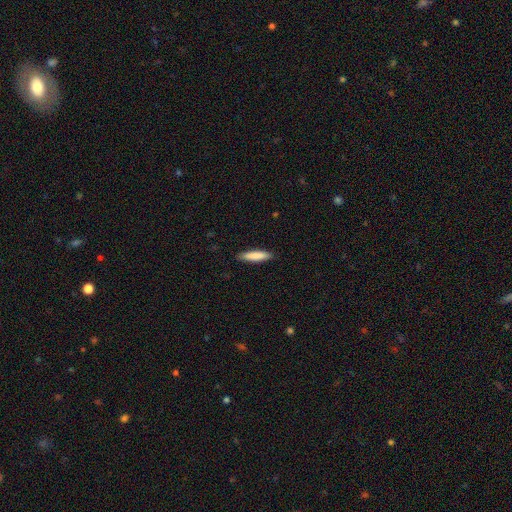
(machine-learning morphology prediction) Overall: smooth (84%). How rounded: cigar-shaped (83%). Merging: none (90%).